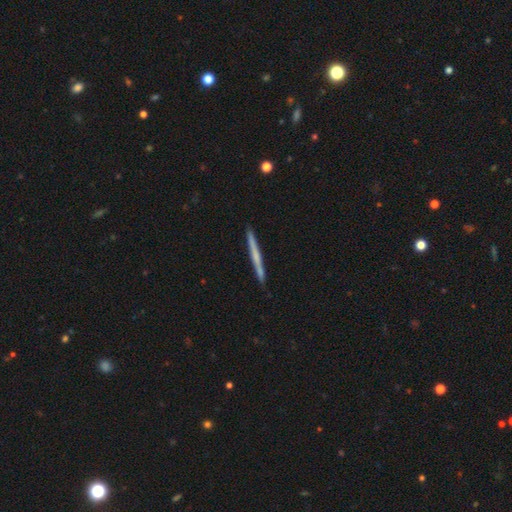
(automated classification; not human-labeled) This appears to be a featured or disk galaxy (51%) viewed edge-on (97%). Merging: none (91%).